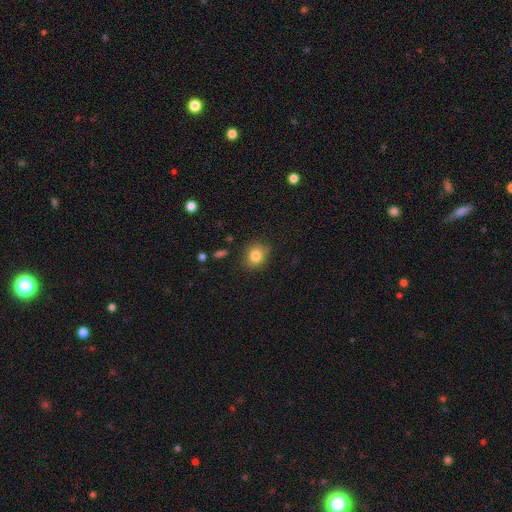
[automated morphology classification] This is clearly a smooth galaxy (81%). How rounded: likely round (68%). Merging: clearly none (81%).